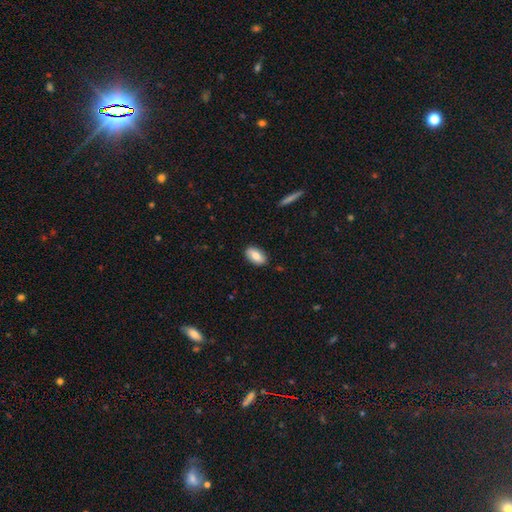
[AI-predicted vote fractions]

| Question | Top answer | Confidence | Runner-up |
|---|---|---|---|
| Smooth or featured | smooth | 79% | featured or disk (15%) |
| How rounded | in between | 93% | cigar-shaped (4%) |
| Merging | none | 87% | minor disturbance (10%) |